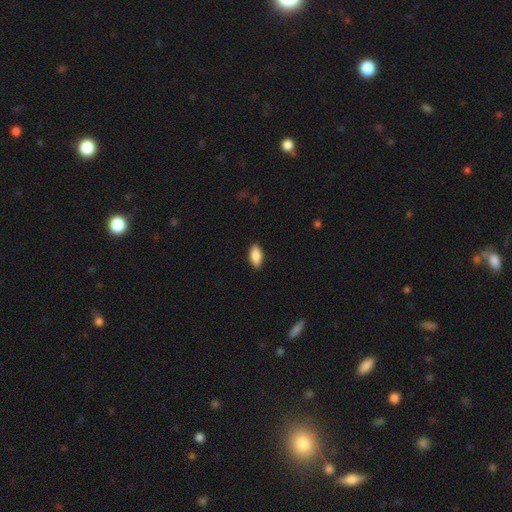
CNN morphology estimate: Smooth or featured? smooth (88%)
How rounded? in between (90%)
Merging? none (89%)